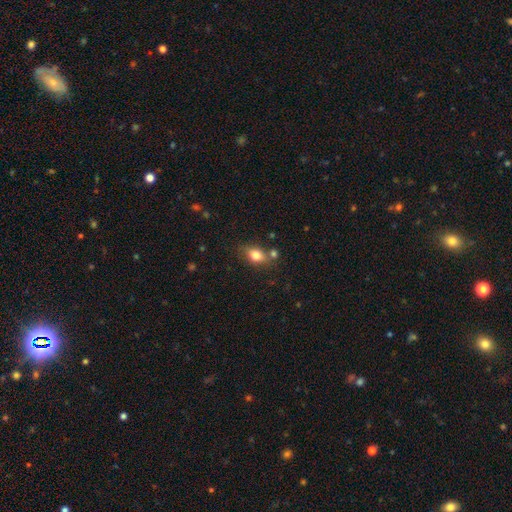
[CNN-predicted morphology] A smooth galaxy with no disk features (79%) that is in between round and cigar-shaped (74%).

Vote fractions:
- Smooth or featured? smooth: 79% / featured or disk: 12% / star or artifact: 10%
- How rounded? in between: 74% / round: 23% / cigar-shaped: 3%
- Merging? none: 68% / minor disturbance: 15% / merger: 13% / major disturbance: 4%